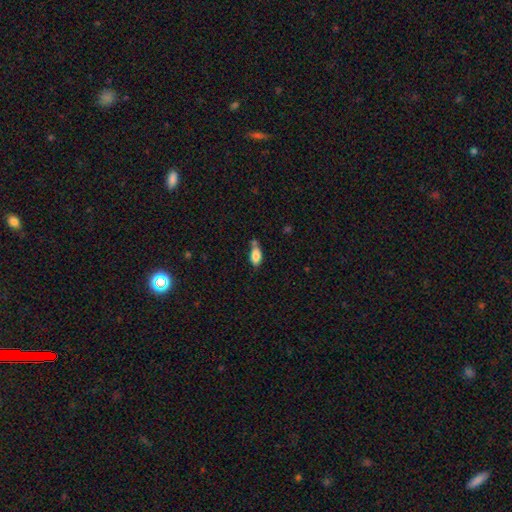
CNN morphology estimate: Smooth or featured? Predicted: smooth (p=0.84). How rounded? Predicted: in between (p=0.89). Merging? Predicted: none (p=0.53).